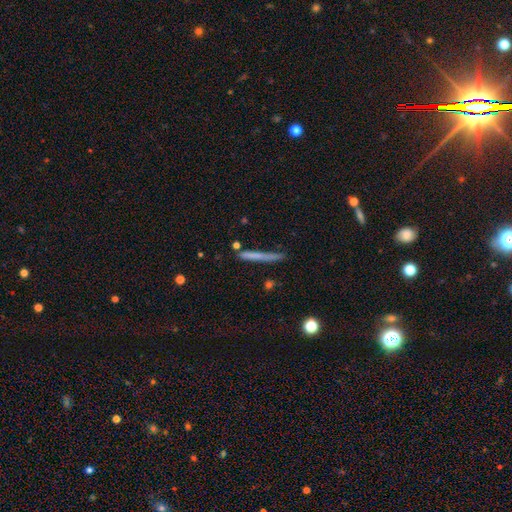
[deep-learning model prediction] smooth-or-featured: smooth: 63% | featured or disk: 30% | star or artifact: 8%
  how-rounded: cigar-shaped: 96% | in between: 2% | round: 2%
  merging: none: 78% | minor disturbance: 15% | merger: 4% | major disturbance: 3%